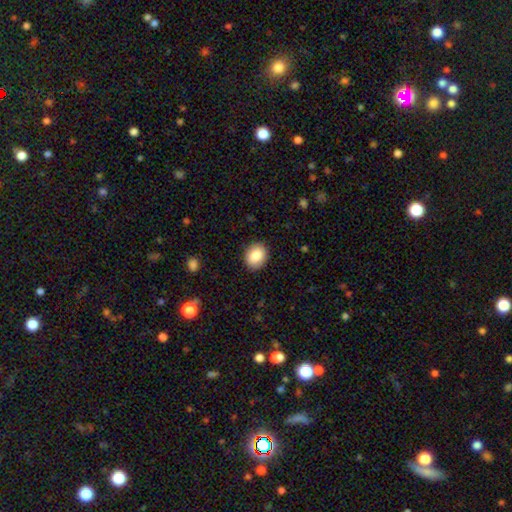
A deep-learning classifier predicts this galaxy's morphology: Smooth or featured? smooth (84%)
How rounded? round (52%)
Merging? none (89%)